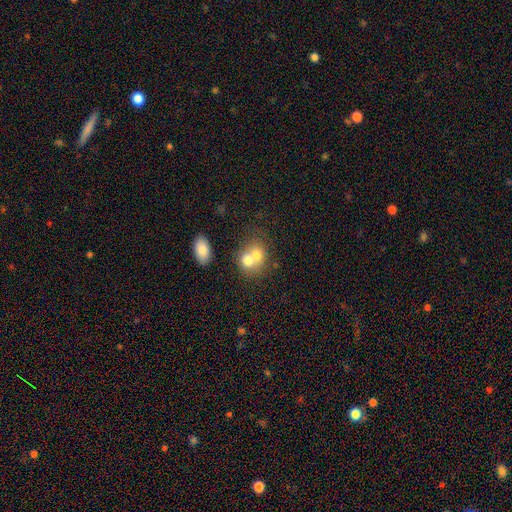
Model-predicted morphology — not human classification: Q: Smooth or featured?
A: smooth (66%); runner-up: featured or disk (23%)
Q: How rounded?
A: round (58%); runner-up: in between (41%)
Q: Merging?
A: merger (66%); runner-up: none (24%)